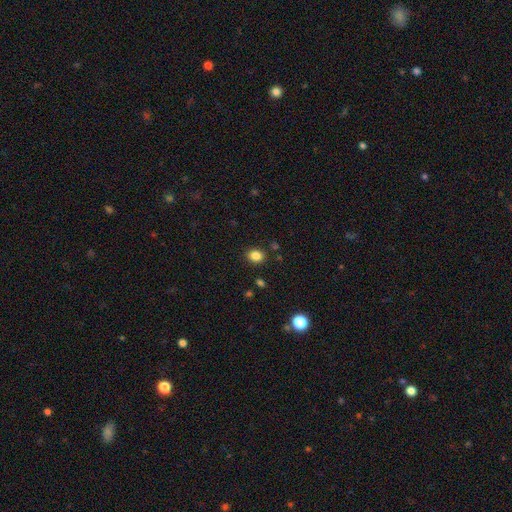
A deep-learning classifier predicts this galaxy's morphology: smooth-or-featured: smooth: 84% | star or artifact: 12% | featured or disk: 4%
  how-rounded: round: 63% | in between: 36% | cigar-shaped: 1%
  merging: none: 87% | minor disturbance: 8% | major disturbance: 2% | merger: 2%